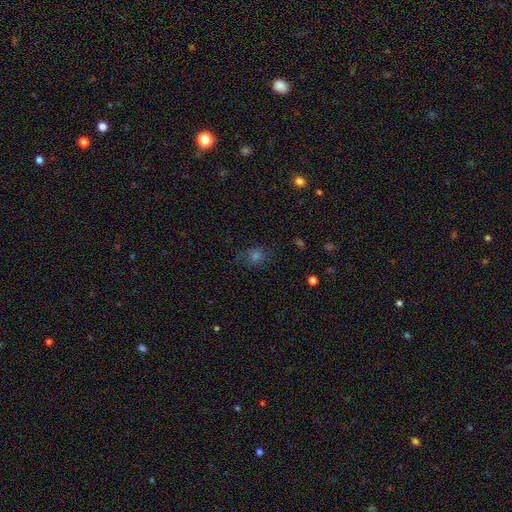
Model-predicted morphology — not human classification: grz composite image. It shows a smooth galaxy with no disk features (53%) that is round (64%). Merging: none (69%).